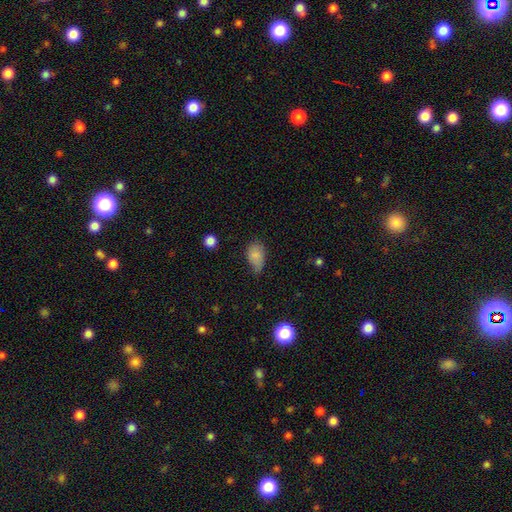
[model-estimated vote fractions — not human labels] The model was most divided on "merging": none: 44%, minor disturbance: 43%, major disturbance: 11%, merger: 2%. More confident: how rounded — in between (85%); smooth or featured — smooth (82%).